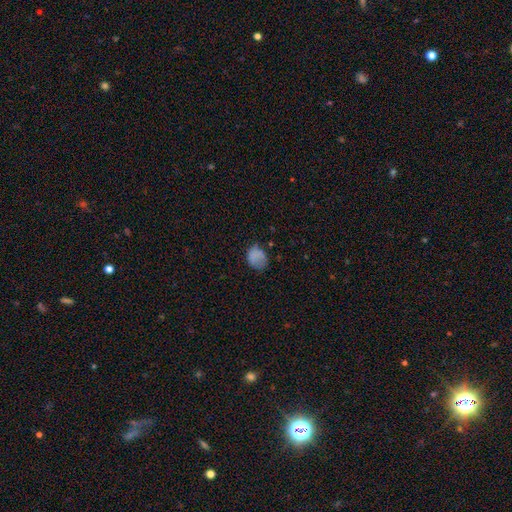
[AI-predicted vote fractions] The model was most divided on "how rounded": in between: 52%, round: 47%, cigar-shaped: 1%. More confident: smooth or featured — smooth (76%); merging — none (55%).